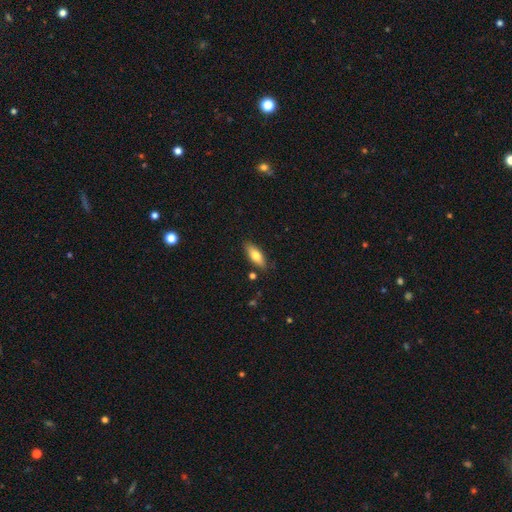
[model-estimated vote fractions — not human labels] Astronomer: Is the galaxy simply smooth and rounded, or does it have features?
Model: smooth — 73%.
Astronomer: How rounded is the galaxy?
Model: in between — 74%.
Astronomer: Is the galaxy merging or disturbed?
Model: none — 85%.